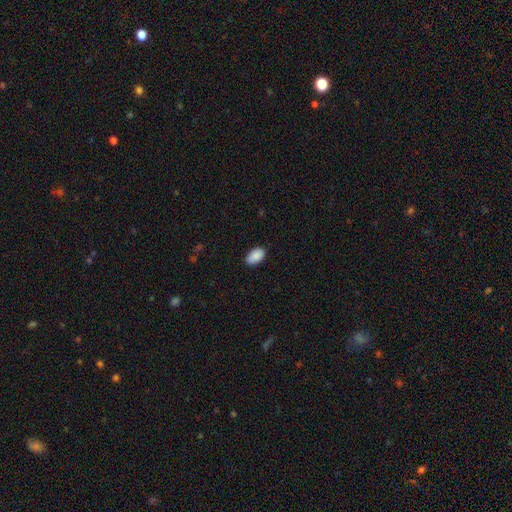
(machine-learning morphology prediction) Smooth or featured?
  - smooth: 90% *
  - star or artifact: 7%
  - featured or disk: 3%
How rounded?
  - in between: 94% *
  - round: 5%
  - cigar-shaped: 1%
Merging?
  - none: 86% *
  - minor disturbance: 11%
  - major disturbance: 2%
  - merger: 1%